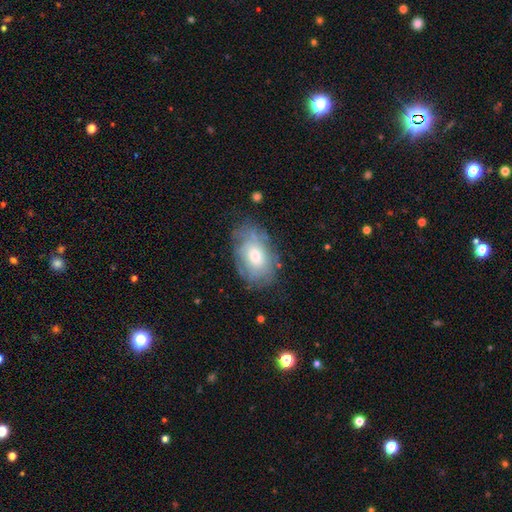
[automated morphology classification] This is possibly a featured or disk galaxy (52%). It is clearly not viewed edge-on (93%). Merging: likely none (67%).